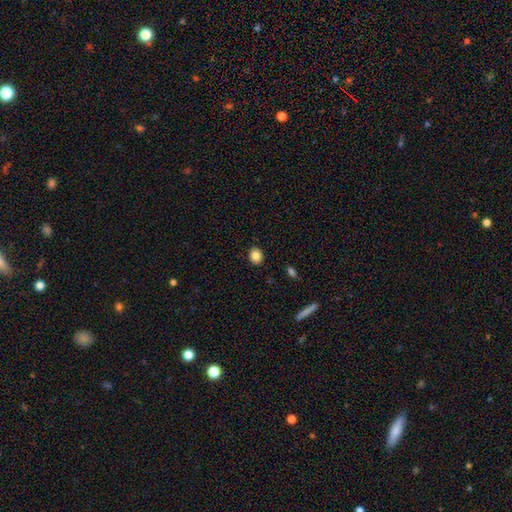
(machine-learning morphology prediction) Smooth or featured: smooth — 86% (star or artifact — 9%)
How rounded: round — 54% (in between — 45%)
Merging: none — 90% (minor disturbance — 7%)